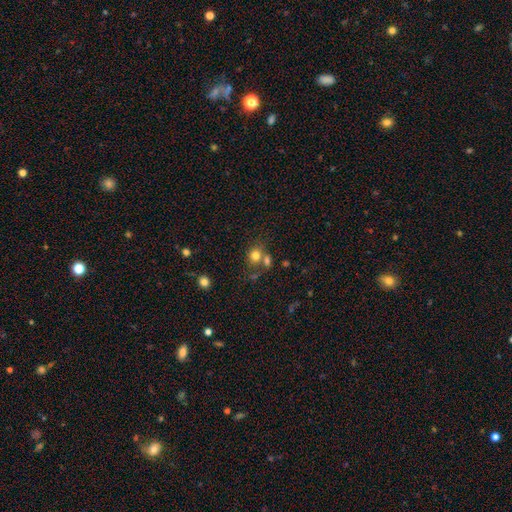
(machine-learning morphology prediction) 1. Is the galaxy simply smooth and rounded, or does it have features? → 78% smooth, 13% star or artifact, 10% featured or disk.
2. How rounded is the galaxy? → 71% round, 29% in between, 1% cigar-shaped.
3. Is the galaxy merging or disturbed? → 50% none, 33% merger, 11% minor disturbance, 6% major disturbance.